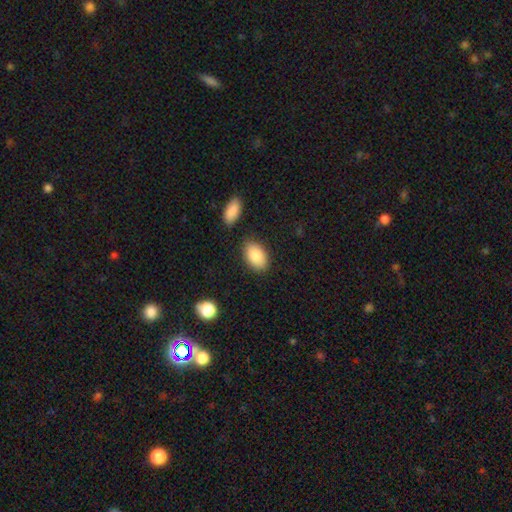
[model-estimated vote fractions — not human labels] smooth 87%, featured or disk 7%, star or artifact 6%. Down the decision tree: how rounded — in between (92%); merging — none (82%).